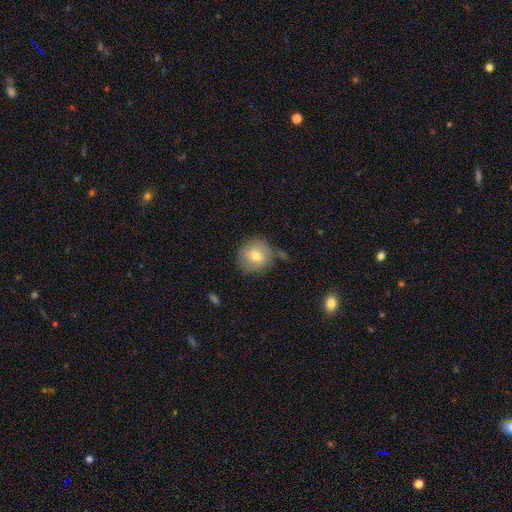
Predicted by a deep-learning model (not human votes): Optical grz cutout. It shows a smooth galaxy with no disk features (69%) that is round (89%). Merging: none (67%).